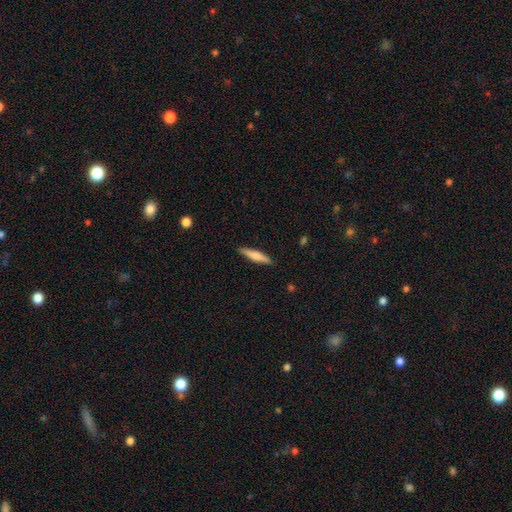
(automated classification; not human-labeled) Smooth or featured: smooth — 64% (featured or disk — 31%)
How rounded: cigar-shaped — 85% (in between — 13%)
Merging: none — 89% (minor disturbance — 8%)